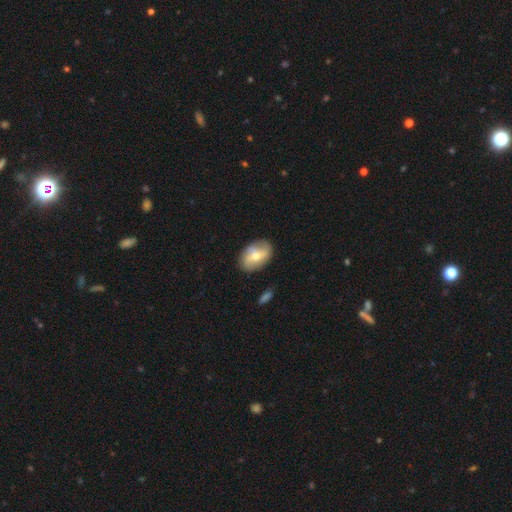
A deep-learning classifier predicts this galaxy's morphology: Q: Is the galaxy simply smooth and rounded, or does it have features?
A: featured or disk — 47%.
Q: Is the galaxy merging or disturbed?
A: none — 79%.